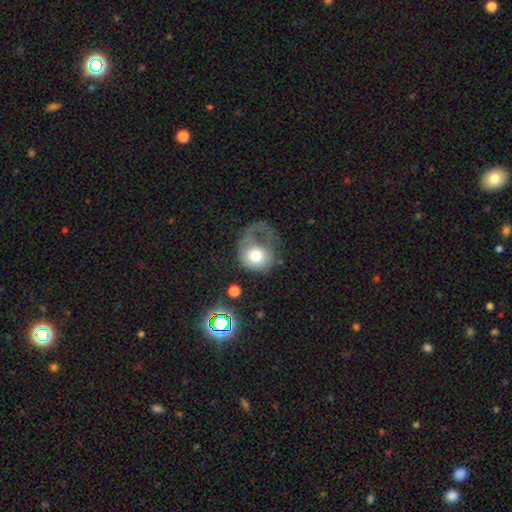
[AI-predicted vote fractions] Overall: smooth (63%; featured or disk 27%). How rounded: round (70%). Merging: major disturbance (61%).